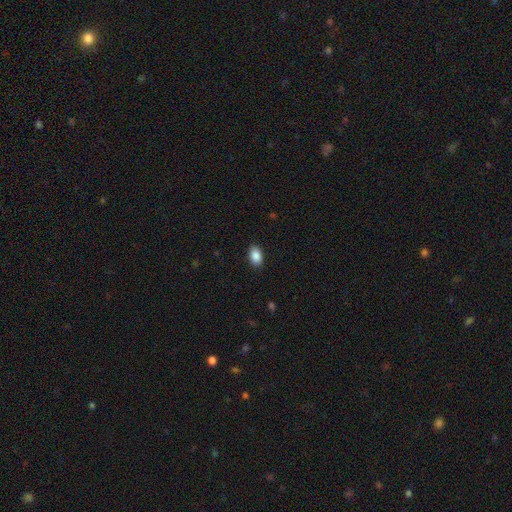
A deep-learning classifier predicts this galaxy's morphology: The model was most divided on "how rounded": in between: 89%, round: 10%, cigar-shaped: 1%. More confident: merging — none (89%); smooth or featured — smooth (89%).